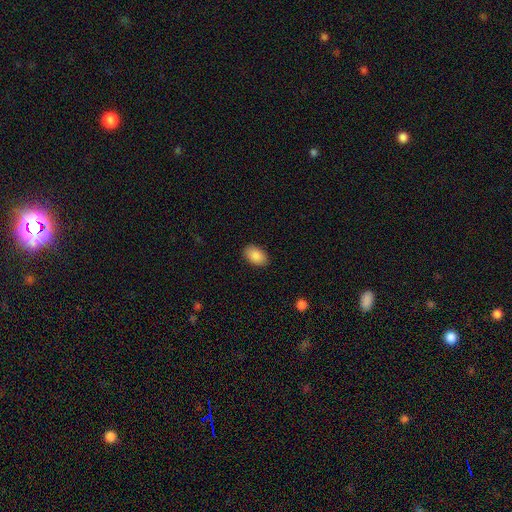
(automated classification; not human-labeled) Q: Smooth or featured?
A: smooth (89%); runner-up: star or artifact (7%)
Q: How rounded?
A: in between (91%); runner-up: round (8%)
Q: Merging?
A: none (89%); runner-up: minor disturbance (8%)